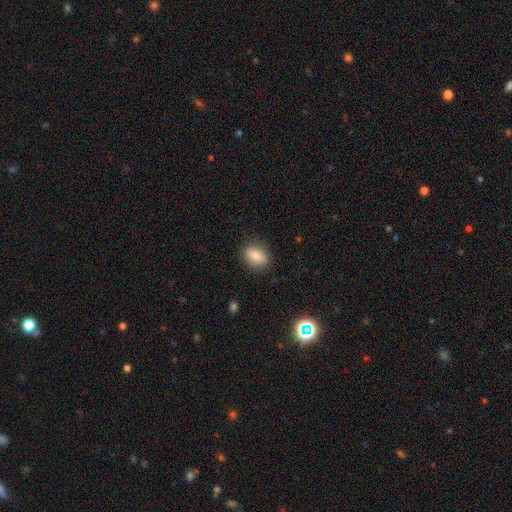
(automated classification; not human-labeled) A smooth galaxy with no disk features (76%) that is in between round and cigar-shaped (61%).

Vote fractions:
- Smooth or featured? smooth: 76% / featured or disk: 14% / star or artifact: 9%
- How rounded? in between: 61% / round: 37% / cigar-shaped: 2%
- Merging? none: 85% / minor disturbance: 11% / major disturbance: 3% / merger: 1%